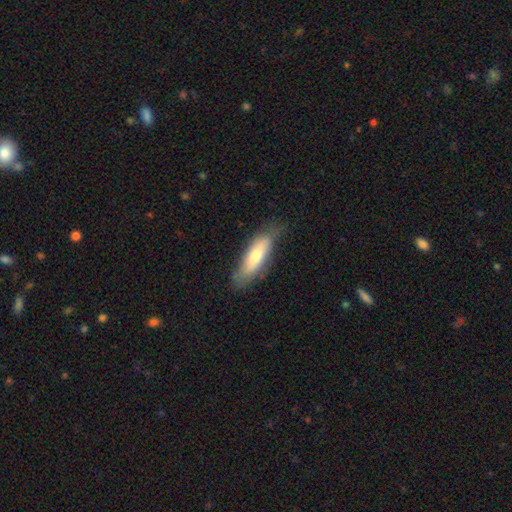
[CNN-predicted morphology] Smooth or featured?
  - smooth: 64% *
  - featured or disk: 29%
  - star or artifact: 7%
How rounded?
  - cigar-shaped: 54% *
  - in between: 44%
  - round: 2%
Merging?
  - none: 73% *
  - minor disturbance: 21%
  - major disturbance: 5%
  - merger: 1%